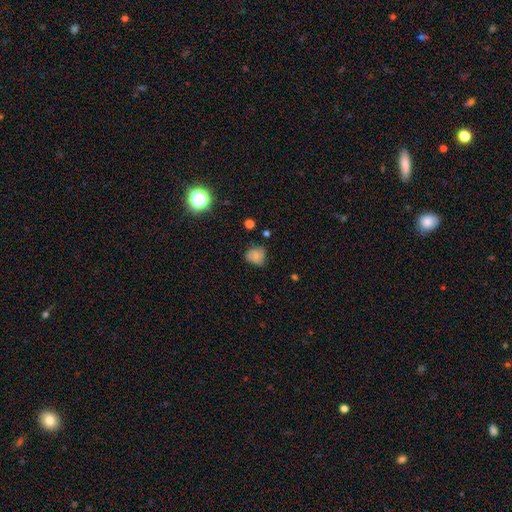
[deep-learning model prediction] smooth 66%, featured or disk 18%, star or artifact 16%. Down the decision tree: how rounded — round (63%); merging — none (52%).